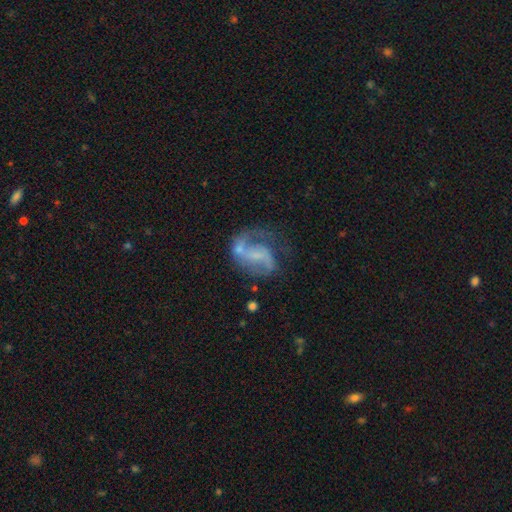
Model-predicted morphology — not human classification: This appears to be a featured or disk galaxy (80%) with a weak bar (44%), 2 (71%) medium (45%) spiral arms (89%) and a small central bulge (42%). Merging: none (44%).